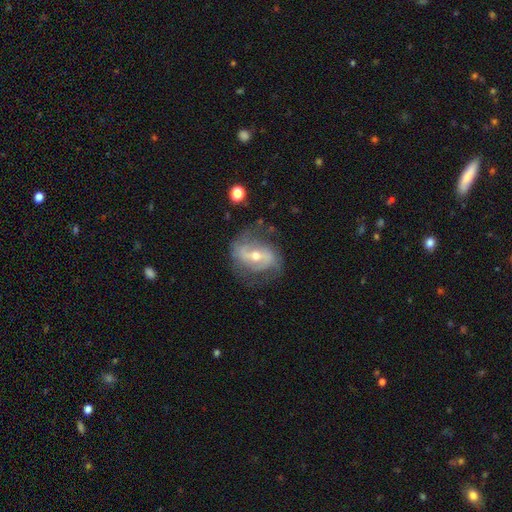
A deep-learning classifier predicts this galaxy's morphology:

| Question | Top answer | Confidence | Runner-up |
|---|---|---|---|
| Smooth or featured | featured or disk | 79% | smooth (14%) |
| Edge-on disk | no | 95% | yes (5%) |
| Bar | weak | 39% | strong (37%) |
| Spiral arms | yes | 85% | no (15%) |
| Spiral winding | medium | 42% | loose (35%) |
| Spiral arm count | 2 | 76% | can't tell (13%) |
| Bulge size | moderate | 57% | small (39%) |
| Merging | none | 63% | minor disturbance (21%) |